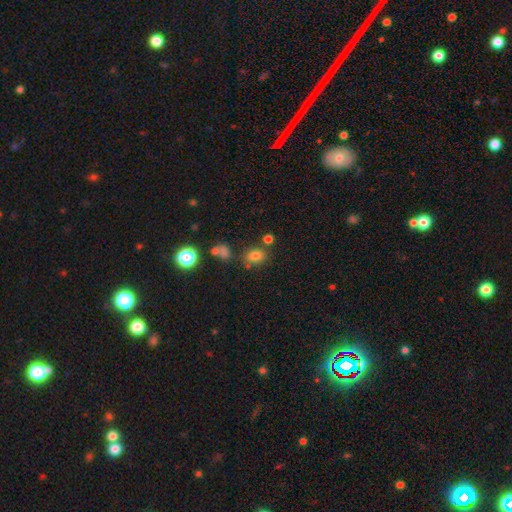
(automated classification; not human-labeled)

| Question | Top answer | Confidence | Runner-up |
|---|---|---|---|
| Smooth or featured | smooth | 76% | star or artifact (16%) |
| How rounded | in between | 56% | round (43%) |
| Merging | none | 71% | minor disturbance (13%) |